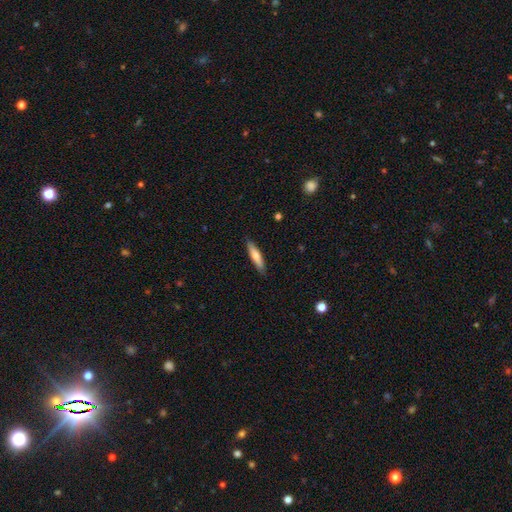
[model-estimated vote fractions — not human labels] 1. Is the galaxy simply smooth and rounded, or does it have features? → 64% smooth, 30% featured or disk, 6% star or artifact.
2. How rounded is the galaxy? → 80% cigar-shaped, 18% in between, 2% round.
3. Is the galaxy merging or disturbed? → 88% none, 9% minor disturbance, 2% major disturbance, 1% merger.